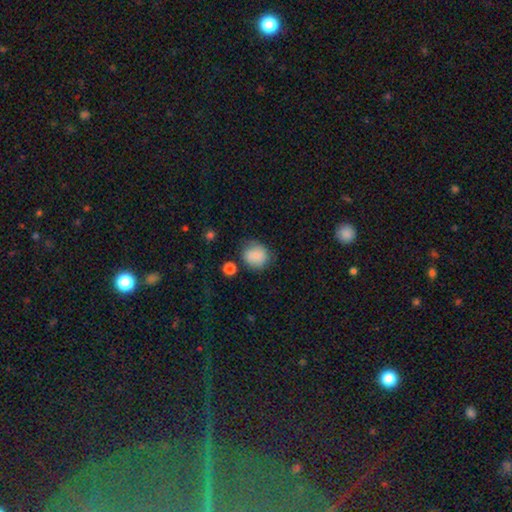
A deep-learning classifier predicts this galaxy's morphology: Smooth or featured?
  - smooth: 82% *
  - featured or disk: 9%
  - star or artifact: 9%
How rounded?
  - round: 79% *
  - in between: 20%
  - cigar-shaped: 1%
Merging?
  - none: 66% *
  - minor disturbance: 23%
  - major disturbance: 7%
  - merger: 5%